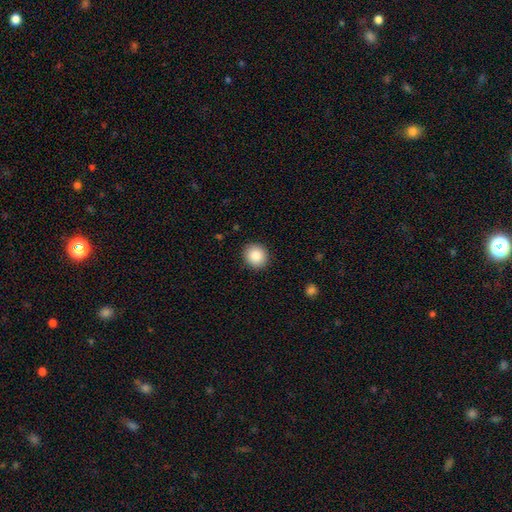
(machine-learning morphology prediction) A smooth galaxy with no disk features (87%) that is round (83%). Merging: none (91%).